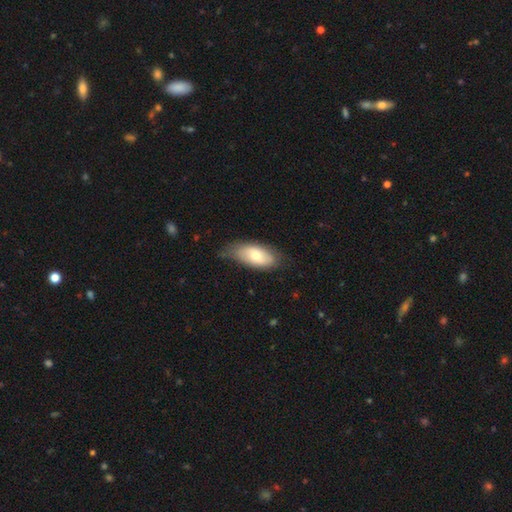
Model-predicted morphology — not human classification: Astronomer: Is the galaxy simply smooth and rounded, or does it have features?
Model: smooth — 71%.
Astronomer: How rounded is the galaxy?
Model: in between — 90%.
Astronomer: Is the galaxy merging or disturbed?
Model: none — 63%.